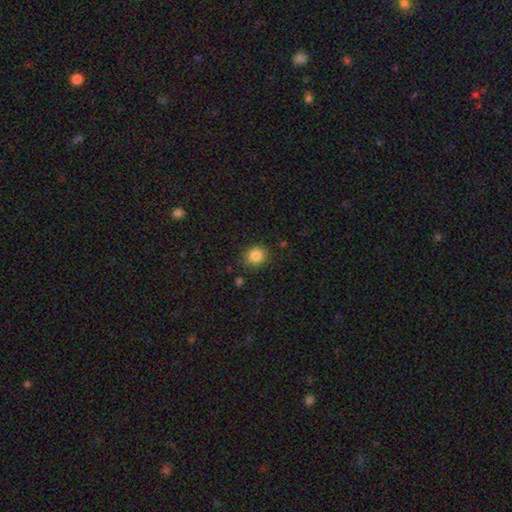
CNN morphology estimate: Smooth or featured?
  - smooth: 86% *
  - star or artifact: 10%
  - featured or disk: 4%
How rounded?
  - round: 77% *
  - in between: 22%
  - cigar-shaped: 1%
Merging?
  - none: 85% *
  - minor disturbance: 10%
  - major disturbance: 3%
  - merger: 2%